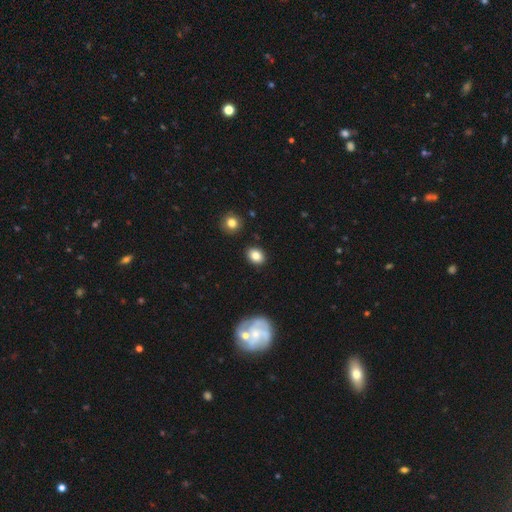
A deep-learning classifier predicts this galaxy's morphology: A smooth galaxy with no disk features (83%) that is in between round and cigar-shaped (57%).

Vote fractions:
- Smooth or featured? smooth: 83% / star or artifact: 10% / featured or disk: 7%
- How rounded? in between: 57% / round: 42% / cigar-shaped: 1%
- Merging? none: 88% / minor disturbance: 8% / major disturbance: 2% / merger: 2%